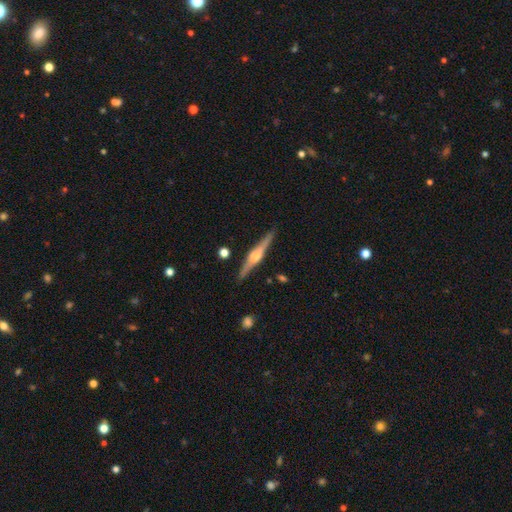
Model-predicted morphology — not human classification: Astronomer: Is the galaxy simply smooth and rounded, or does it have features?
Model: featured or disk — 80%.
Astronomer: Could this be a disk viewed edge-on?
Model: yes — 98%.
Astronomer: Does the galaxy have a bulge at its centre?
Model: rounded — 88%.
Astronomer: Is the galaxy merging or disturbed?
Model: none — 90%.